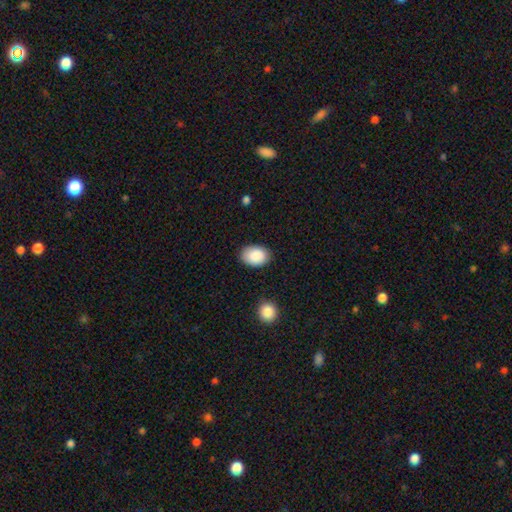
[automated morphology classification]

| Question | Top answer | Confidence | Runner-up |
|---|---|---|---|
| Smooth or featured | smooth | 90% | star or artifact (7%) |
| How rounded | in between | 81% | round (19%) |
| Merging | none | 85% | minor disturbance (11%) |